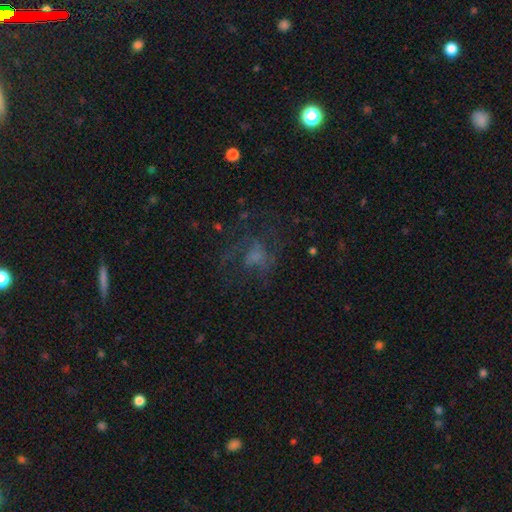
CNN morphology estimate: smooth-or-featured: featured or disk: 48% | smooth: 33% | star or artifact: 19%
  merging: none: 47% | major disturbance: 34% | minor disturbance: 17% | merger: 2%